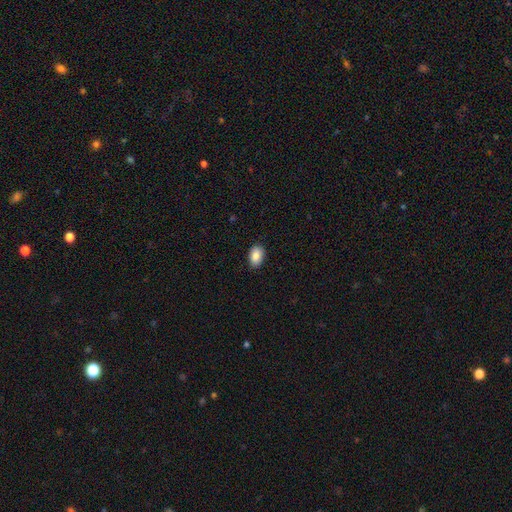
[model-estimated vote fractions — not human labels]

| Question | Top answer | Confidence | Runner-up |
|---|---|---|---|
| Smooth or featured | smooth | 87% | star or artifact (7%) |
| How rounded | in between | 89% | round (10%) |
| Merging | none | 89% | minor disturbance (9%) |